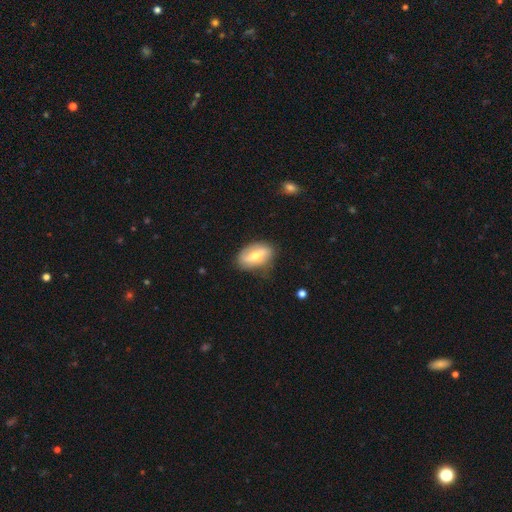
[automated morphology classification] Smooth or featured? smooth (49%)
Merging? none (75%)